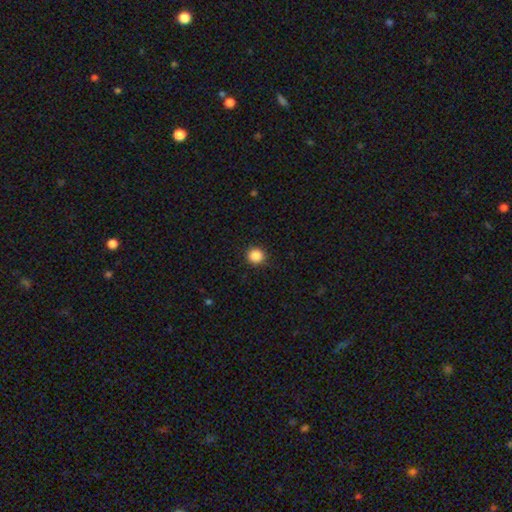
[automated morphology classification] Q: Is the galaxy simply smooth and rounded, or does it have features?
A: smooth — 87%.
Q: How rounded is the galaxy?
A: round — 94%.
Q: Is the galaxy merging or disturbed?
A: none — 90%.